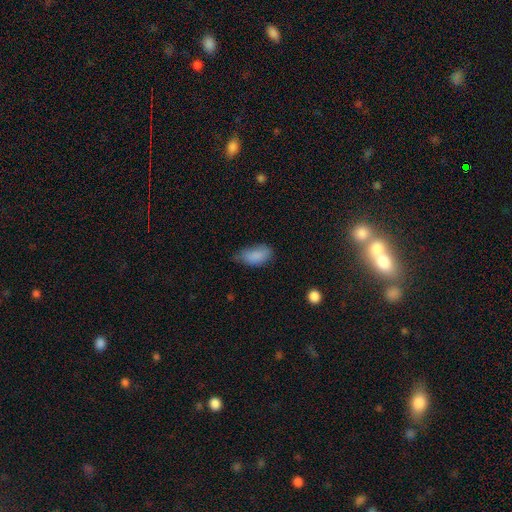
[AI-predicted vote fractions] The model was most divided on "merging": none: 50%, minor disturbance: 38%, major disturbance: 10%, merger: 2%. More confident: how rounded — in between (93%); smooth or featured — smooth (86%).